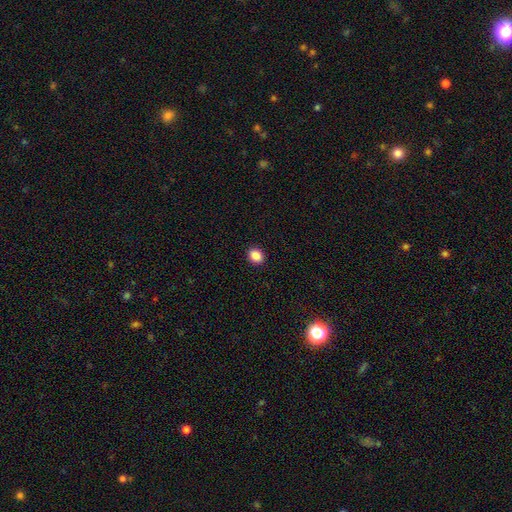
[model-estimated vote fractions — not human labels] A smooth galaxy with no disk features (87%) that is round (59%). Merging: none (92%).